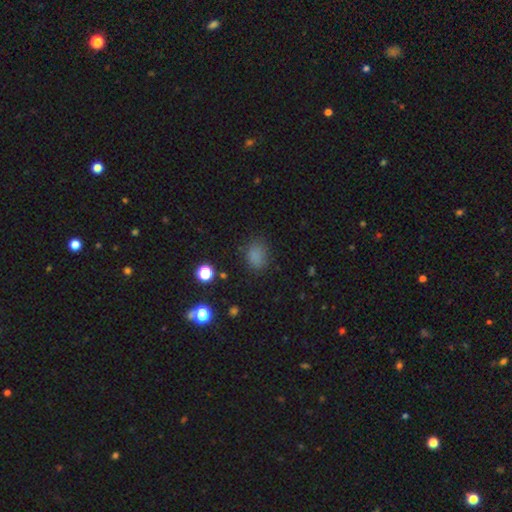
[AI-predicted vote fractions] This is likely a smooth galaxy (77%). How rounded: possibly in between (57%). Merging: likely none (76%).